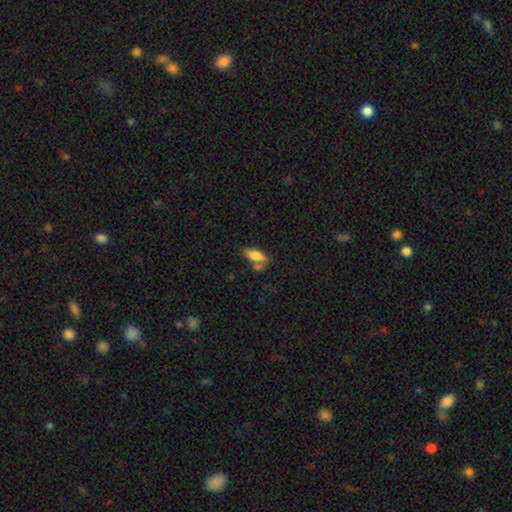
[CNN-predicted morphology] Overall: smooth (76%). How rounded: in between (78%). Merging: none (49%; merger 26%).